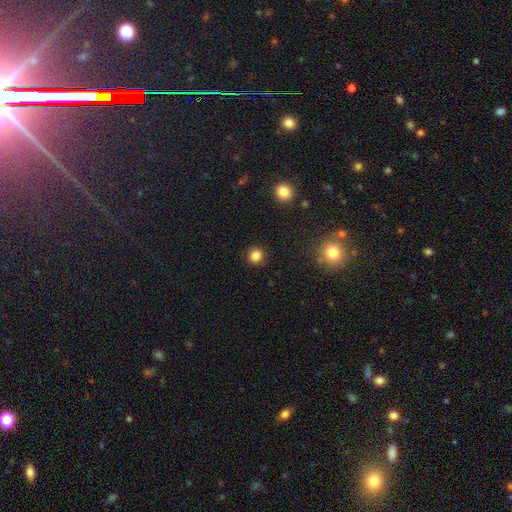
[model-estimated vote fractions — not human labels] Smooth or featured? smooth (83%)
How rounded? round (90%)
Merging? none (90%)